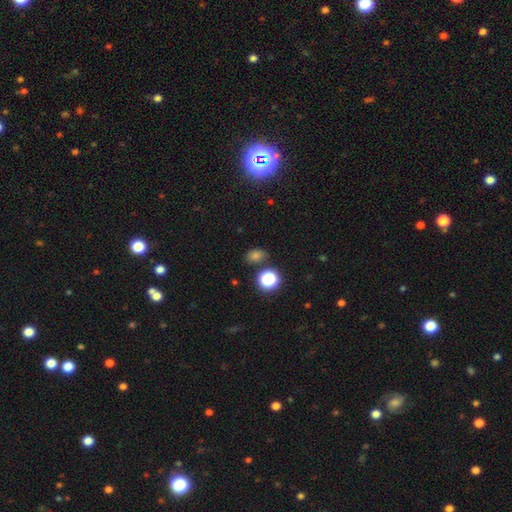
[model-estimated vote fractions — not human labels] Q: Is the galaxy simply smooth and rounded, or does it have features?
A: smooth — 54%.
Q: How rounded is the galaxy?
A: round — 50%.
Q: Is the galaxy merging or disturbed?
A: none — 82%.